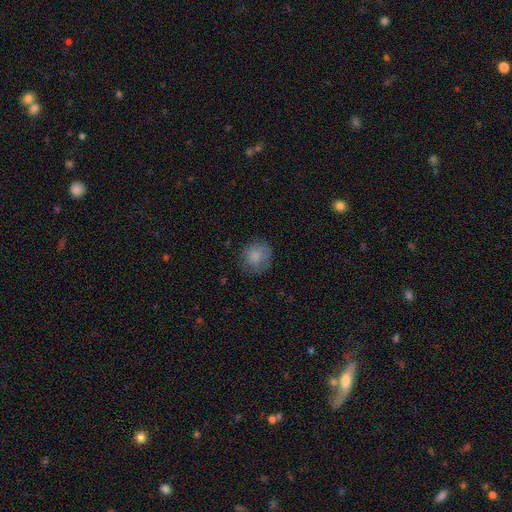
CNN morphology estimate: The model was most divided on "merging": none: 78%, minor disturbance: 16%, major disturbance: 5%, merger: 1%. More confident: how rounded — round (88%); smooth or featured — smooth (85%).